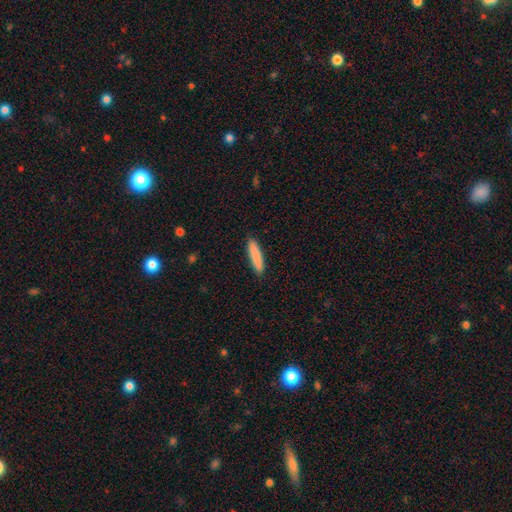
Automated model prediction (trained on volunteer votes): smooth 86%, featured or disk 8%, star or artifact 6%. Down the decision tree: how rounded — cigar-shaped (88%); merging — none (90%).